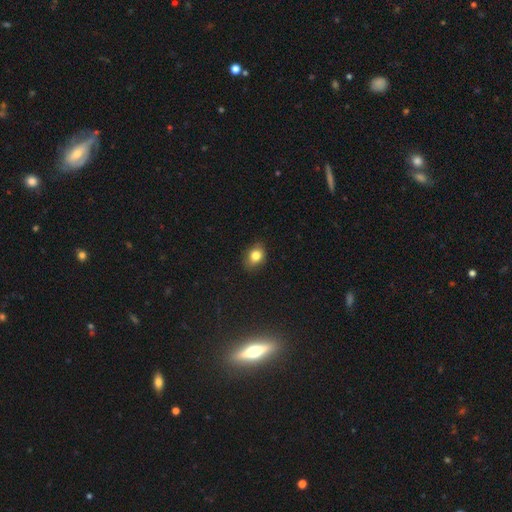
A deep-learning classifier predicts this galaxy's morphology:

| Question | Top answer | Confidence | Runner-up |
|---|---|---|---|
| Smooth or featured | smooth | 80% | star or artifact (11%) |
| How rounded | in between | 64% | round (35%) |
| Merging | none | 83% | minor disturbance (14%) |